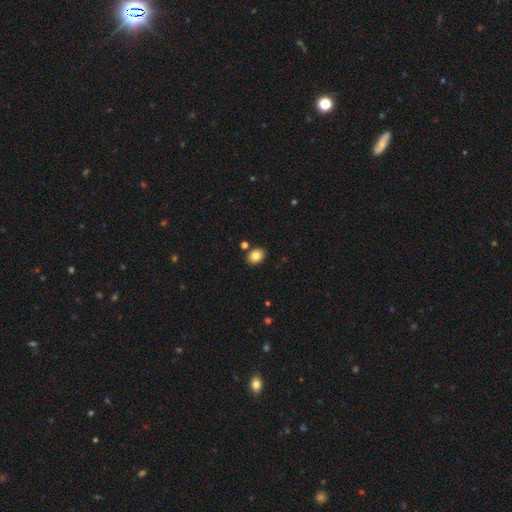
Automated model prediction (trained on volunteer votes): Overall: smooth (83%). How rounded: in between (62%; round 37%). Merging: none (84%).